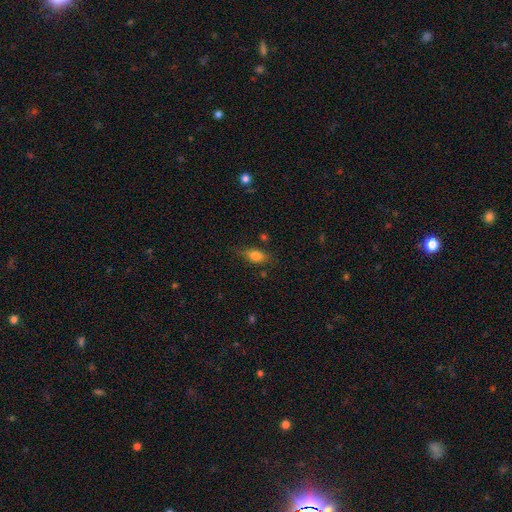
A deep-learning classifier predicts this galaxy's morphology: smooth_or_featured: smooth (p=0.76) [alt: featured or disk p=0.14]
how_rounded: in between (p=0.79) [alt: round p=0.12]
merging: none (p=0.73) [alt: minor disturbance p=0.19]